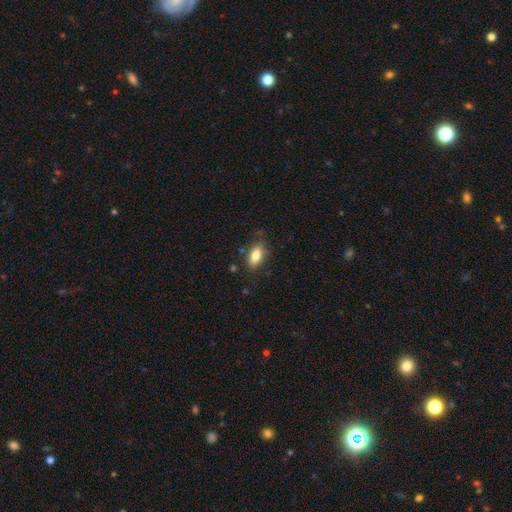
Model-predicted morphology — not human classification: Smooth or featured?
  - smooth: 82% *
  - featured or disk: 11%
  - star or artifact: 7%
How rounded?
  - in between: 87% *
  - cigar-shaped: 9%
  - round: 4%
Merging?
  - none: 77% *
  - minor disturbance: 17%
  - major disturbance: 4%
  - merger: 2%